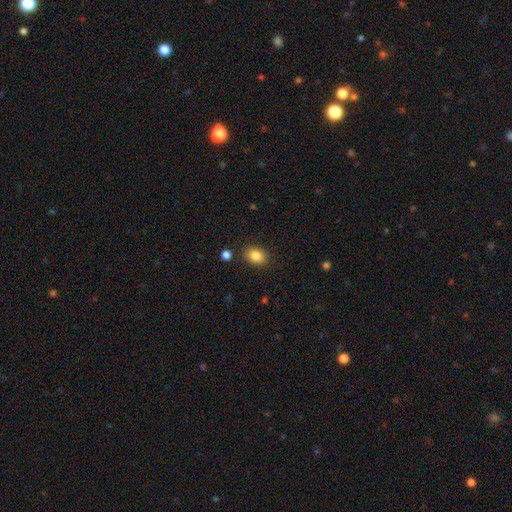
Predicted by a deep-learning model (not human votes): The model was most divided on "how rounded": in between: 65%, round: 34%, cigar-shaped: 1%. More confident: merging — none (86%); smooth or featured — smooth (85%).